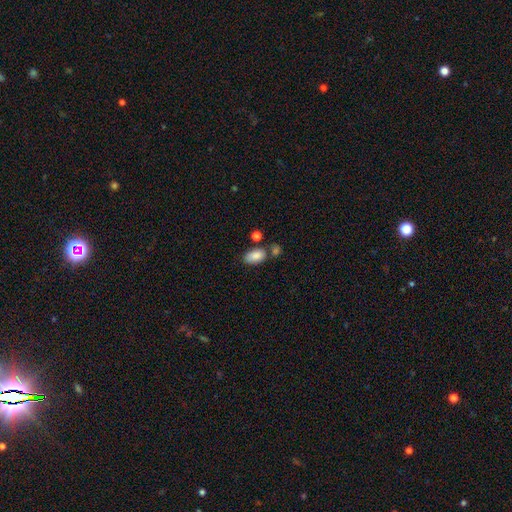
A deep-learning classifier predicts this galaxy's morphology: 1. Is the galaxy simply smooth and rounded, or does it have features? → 86% smooth, 8% star or artifact, 7% featured or disk.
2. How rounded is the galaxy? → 92% in between, 6% round, 2% cigar-shaped.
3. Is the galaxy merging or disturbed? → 63% none, 17% merger, 15% minor disturbance, 5% major disturbance.